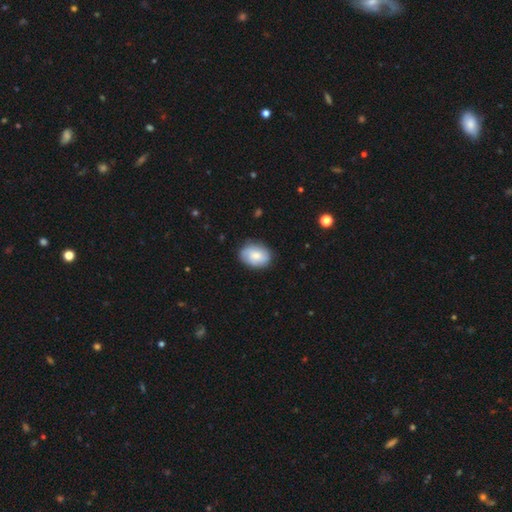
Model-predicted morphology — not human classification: Overall: smooth (68%). How rounded: in between (68%; round 31%). Merging: none (81%).